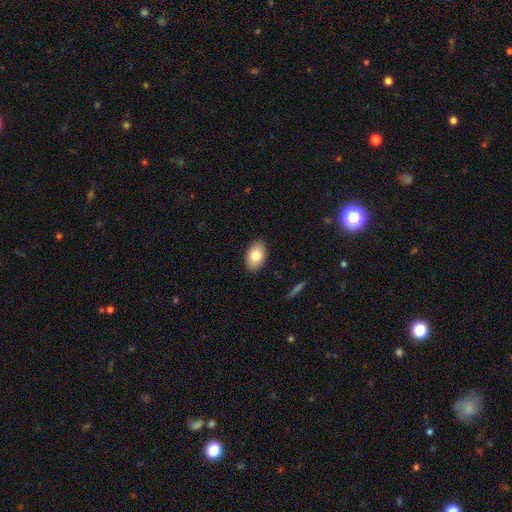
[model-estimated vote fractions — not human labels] Smooth or featured? smooth (79%)
How rounded? in between (91%)
Merging? none (89%)